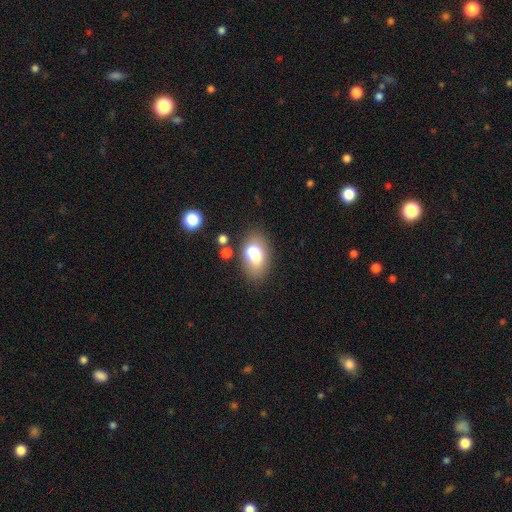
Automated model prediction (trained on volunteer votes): Smooth or featured? Predicted: smooth (p=0.70). How rounded? Predicted: in between (p=0.85). Merging? Predicted: none (p=0.58).